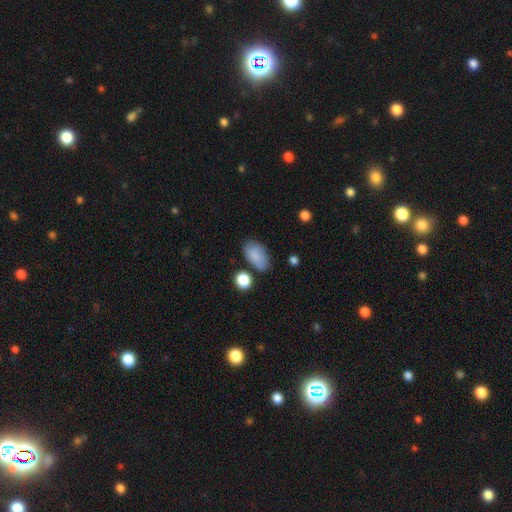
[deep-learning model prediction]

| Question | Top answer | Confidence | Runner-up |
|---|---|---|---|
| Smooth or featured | smooth | 84% | featured or disk (8%) |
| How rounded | in between | 91% | round (7%) |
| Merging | none | 65% | minor disturbance (22%) |